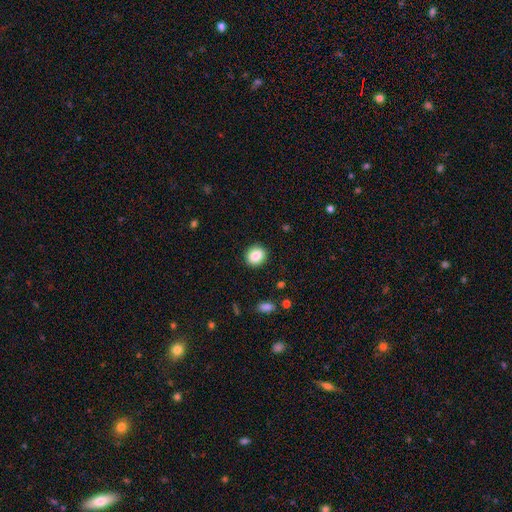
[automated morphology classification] type=smooth (87%); roundness=round (73%); merging=none (91%).